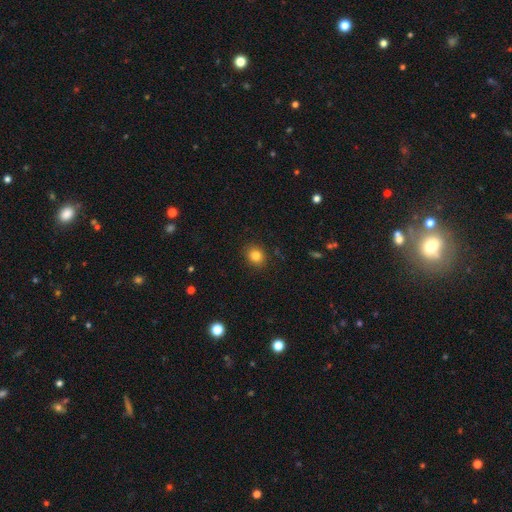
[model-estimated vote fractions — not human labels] Smooth or featured? Predicted: smooth (p=0.83). How rounded? Predicted: round (p=0.72). Merging? Predicted: none (p=0.89).